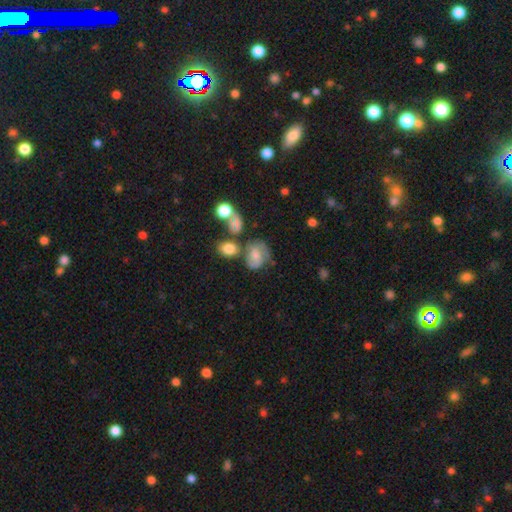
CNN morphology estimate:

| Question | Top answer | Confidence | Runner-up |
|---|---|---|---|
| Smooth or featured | smooth | 46% | featured or disk (44%) |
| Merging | none | 41% | merger (23%) |